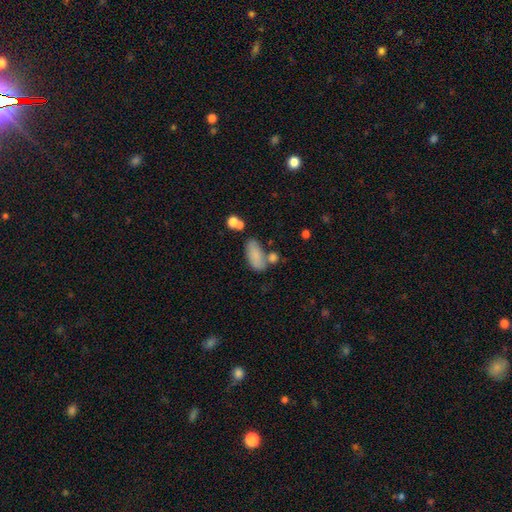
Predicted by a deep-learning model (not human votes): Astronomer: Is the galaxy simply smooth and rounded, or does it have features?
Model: smooth — 80%.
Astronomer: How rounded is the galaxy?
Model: in between — 84%.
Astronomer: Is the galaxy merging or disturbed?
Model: none — 55%.